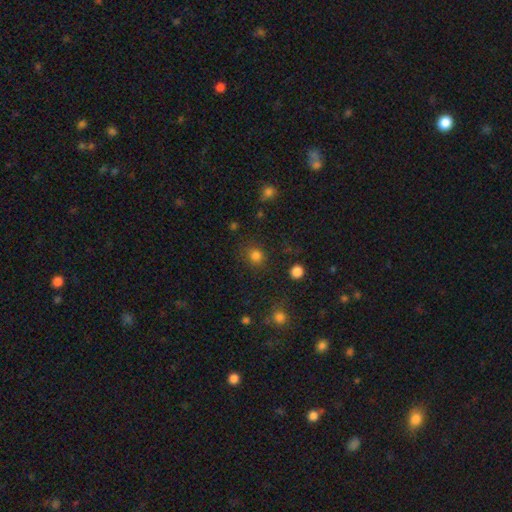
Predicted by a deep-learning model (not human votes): smooth_or_featured: smooth (p=0.80) [alt: star or artifact p=0.15]
how_rounded: round (p=0.83) [alt: in between p=0.16]
merging: none (p=0.82) [alt: minor disturbance p=0.11]